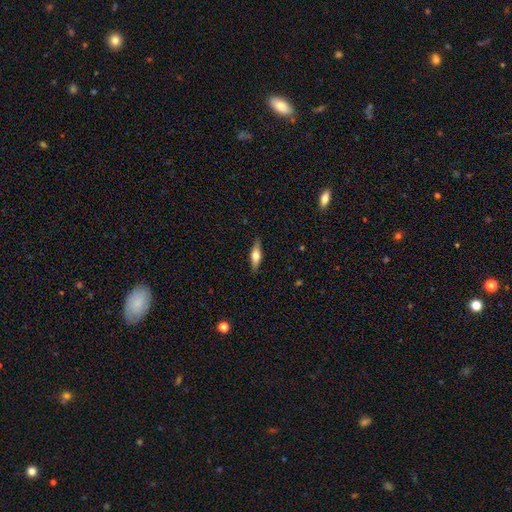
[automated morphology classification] Overall: featured or disk (50%; smooth 44%). Merging: none (87%).